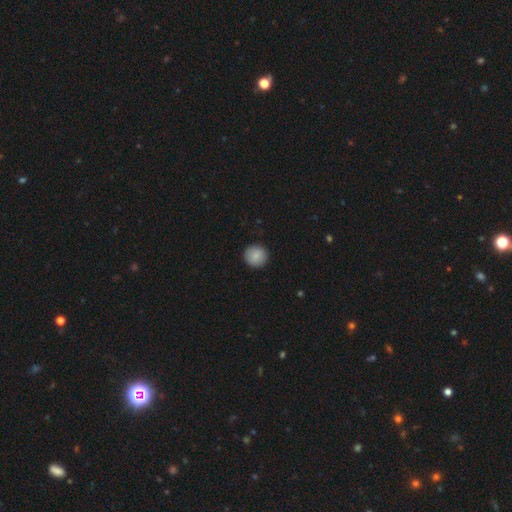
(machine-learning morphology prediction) Smooth or featured?
  - smooth: 88% *
  - star or artifact: 7%
  - featured or disk: 5%
How rounded?
  - round: 95% *
  - in between: 4%
  - cigar-shaped: 1%
Merging?
  - none: 92% *
  - minor disturbance: 5%
  - major disturbance: 2%
  - merger: 1%